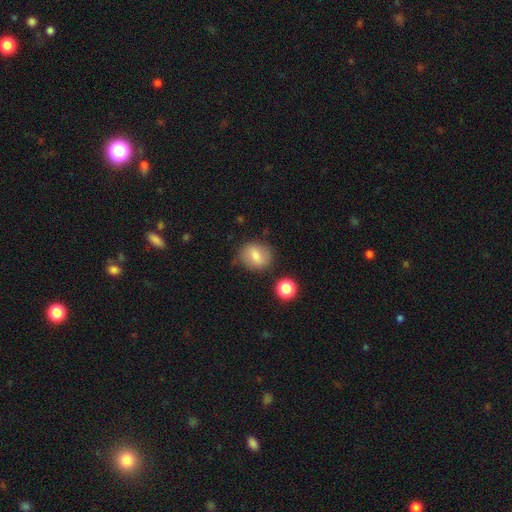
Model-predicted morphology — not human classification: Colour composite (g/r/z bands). It shows a smooth galaxy with no disk features (71%) that is round (68%). Merging: none (76%).